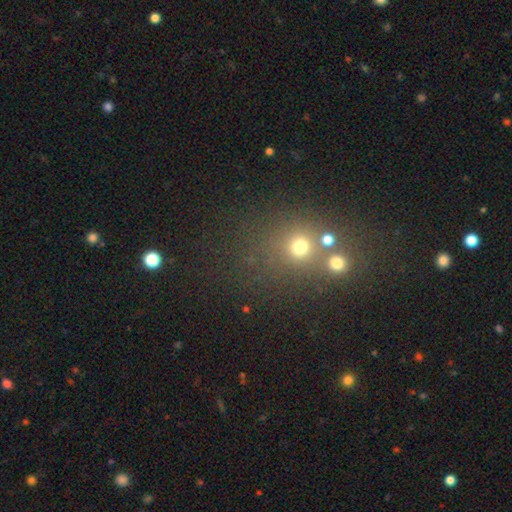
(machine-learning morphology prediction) Smooth or featured? star or artifact (44%)